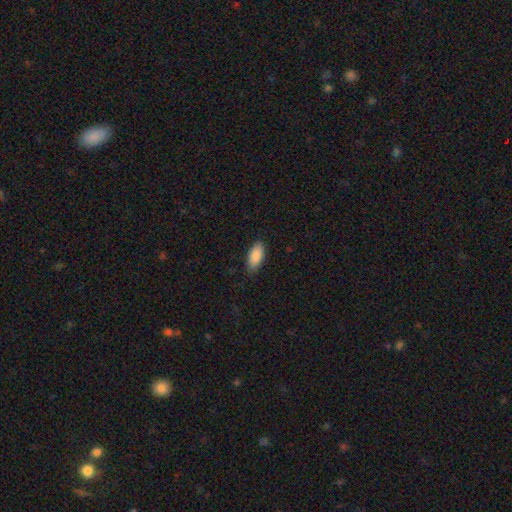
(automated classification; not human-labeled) Morphology: type=smooth (90%); roundness=in between (89%); merging=none (84%).